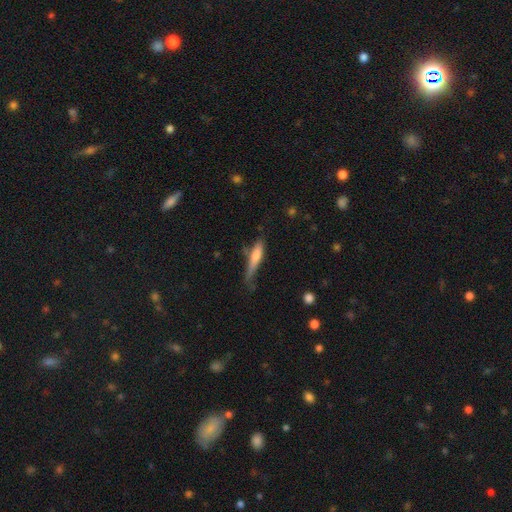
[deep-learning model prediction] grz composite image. It shows a smooth galaxy with no disk features (60%) that is cigar-shaped (85%). Merging: none (51%).